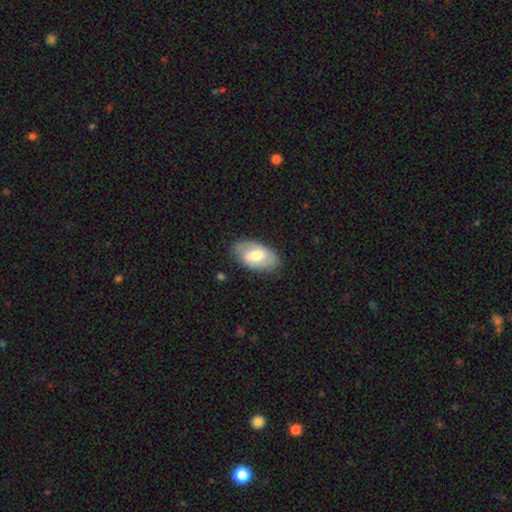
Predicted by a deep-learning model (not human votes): Smooth or featured?
  - featured or disk: 49% *
  - smooth: 45%
  - star or artifact: 6%
Merging?
  - none: 79% *
  - minor disturbance: 16%
  - major disturbance: 4%
  - merger: 1%